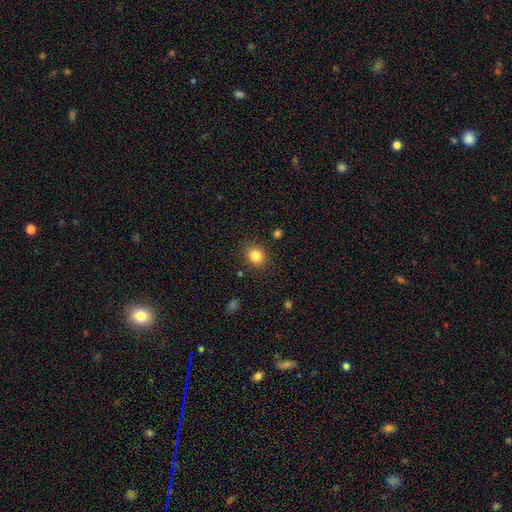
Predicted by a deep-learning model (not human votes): Morphology: type=smooth (84%); roundness=round (73%); merging=none (87%).